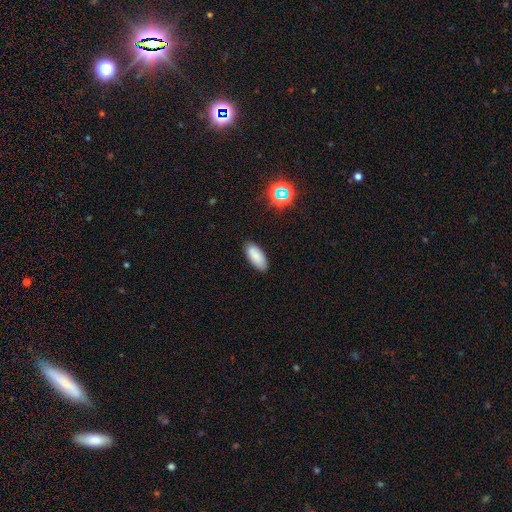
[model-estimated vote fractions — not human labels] Overall: smooth (85%). How rounded: in between (85%). Merging: none (85%).